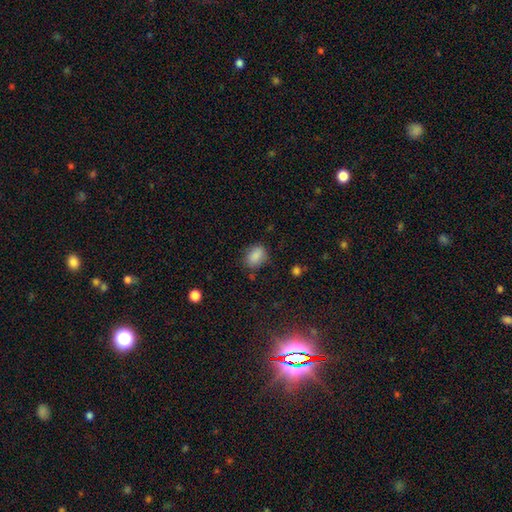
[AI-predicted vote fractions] Smooth or featured: smooth — 85% (star or artifact — 9%)
How rounded: in between — 72% (round — 26%)
Merging: none — 72% (minor disturbance — 20%)